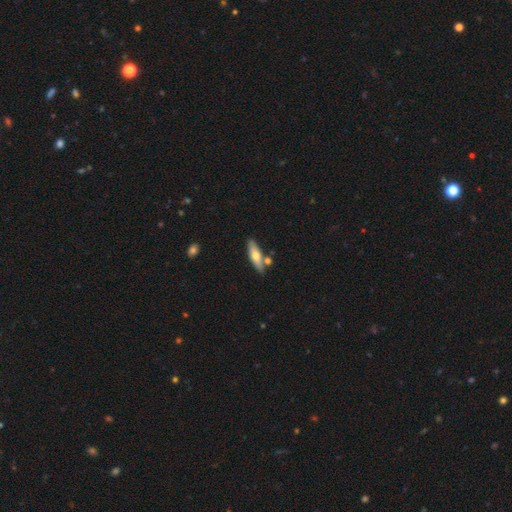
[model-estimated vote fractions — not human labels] smooth_or_featured: smooth (p=0.60) [alt: featured or disk p=0.34]
how_rounded: cigar-shaped (p=0.53) [alt: in between p=0.44]
merging: none (p=0.75) [alt: minor disturbance p=0.12]